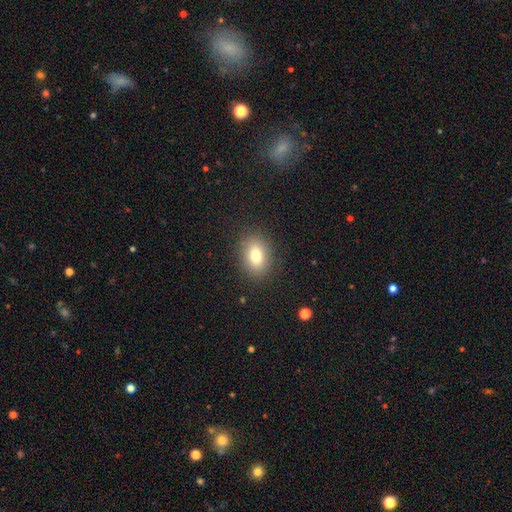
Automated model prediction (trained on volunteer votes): A smooth galaxy with no disk features (76%) that is in between round and cigar-shaped (63%). Merging: none (87%).